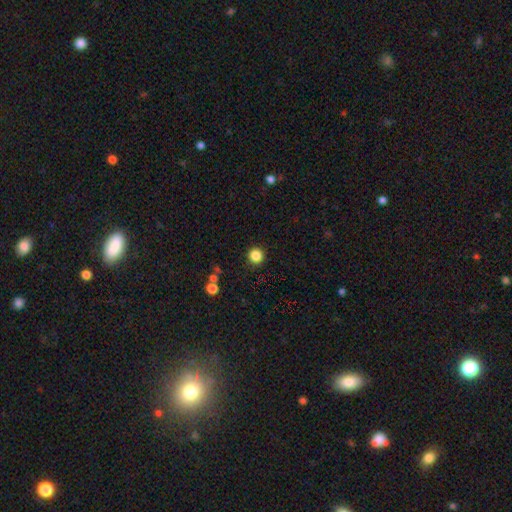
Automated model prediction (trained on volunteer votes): Smooth or featured? smooth (85%)
How rounded? round (95%)
Merging? none (92%)